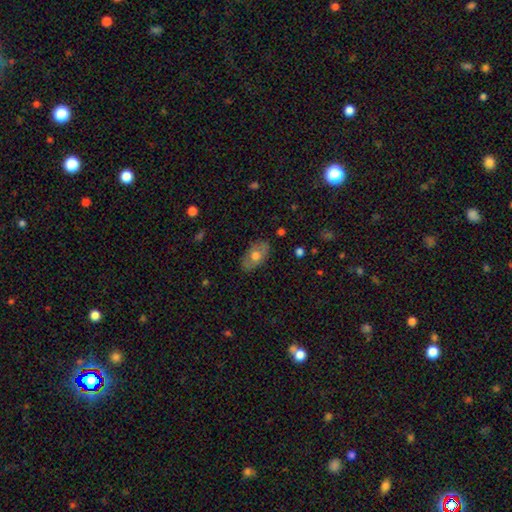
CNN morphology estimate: This is likely a smooth galaxy (64%). How rounded: clearly in between (90%). Merging: clearly none (81%).